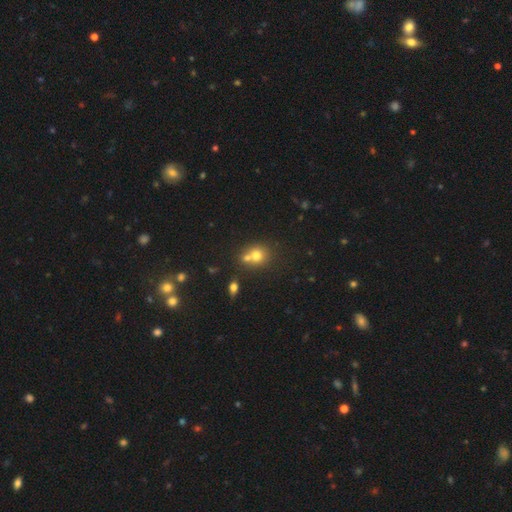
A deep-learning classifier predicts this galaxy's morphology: Overall: smooth (73%). How rounded: round (76%). Merging: merger (47%; none 42%).